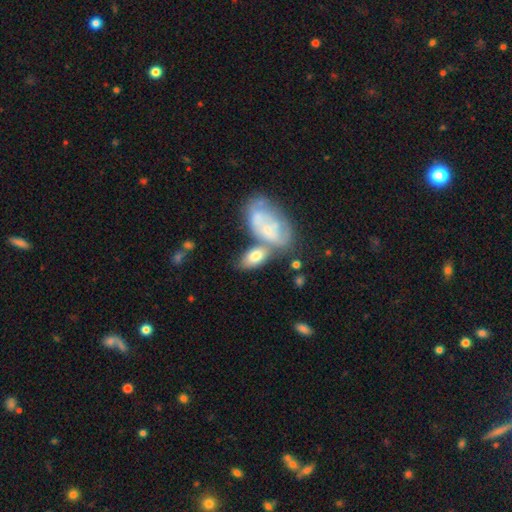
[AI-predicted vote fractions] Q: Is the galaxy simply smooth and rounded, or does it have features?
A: smooth — 64%.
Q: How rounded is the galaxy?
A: in between — 91%.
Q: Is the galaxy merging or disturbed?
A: merger — 45%.